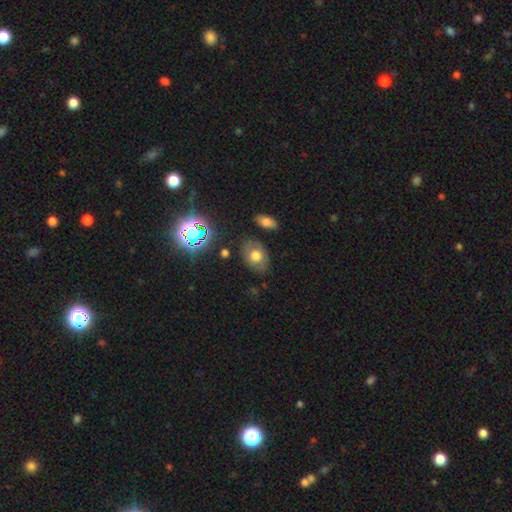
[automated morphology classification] This appears to be a smooth galaxy with no disk features (65%) that is in between round and cigar-shaped (74%). Merging: none (78%).